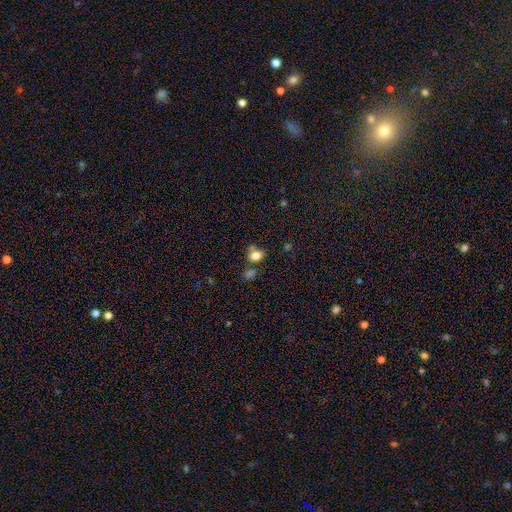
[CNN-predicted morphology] Q: Smooth or featured?
A: smooth (78%); runner-up: star or artifact (13%)
Q: How rounded?
A: in between (70%); runner-up: round (28%)
Q: Merging?
A: none (57%); runner-up: merger (22%)